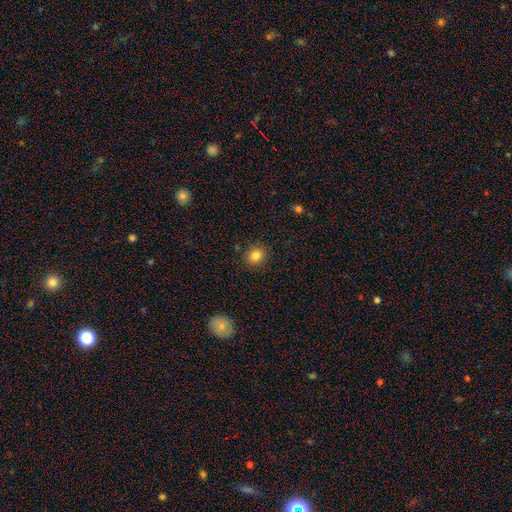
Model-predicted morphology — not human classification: Smooth or featured: smooth — 83% (star or artifact — 11%)
How rounded: round — 82% (in between — 17%)
Merging: none — 88% (minor disturbance — 8%)